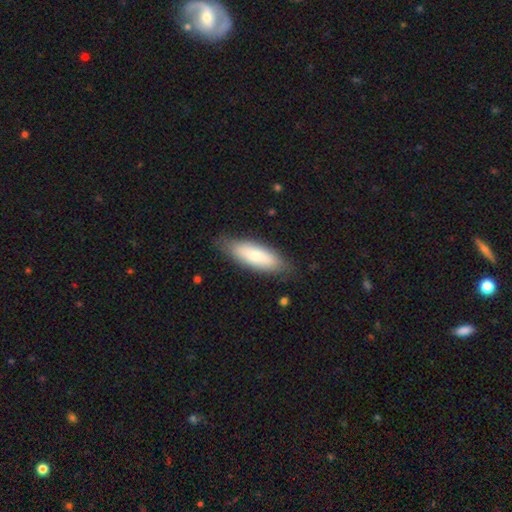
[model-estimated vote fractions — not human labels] Smooth or featured? smooth (76%)
How rounded? in between (63%)
Merging? none (81%)